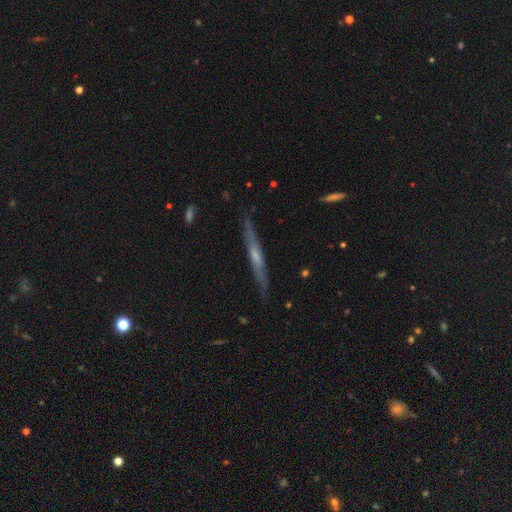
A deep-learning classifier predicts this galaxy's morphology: This appears to be a featured or disk galaxy (64%) viewed edge-on (95%) with no central bulge (46%). Merging: none (86%).